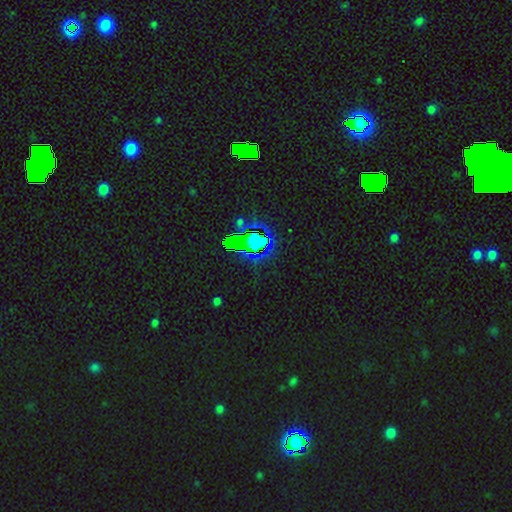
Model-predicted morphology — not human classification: Smooth or featured? Predicted: star or artifact (p=0.79).